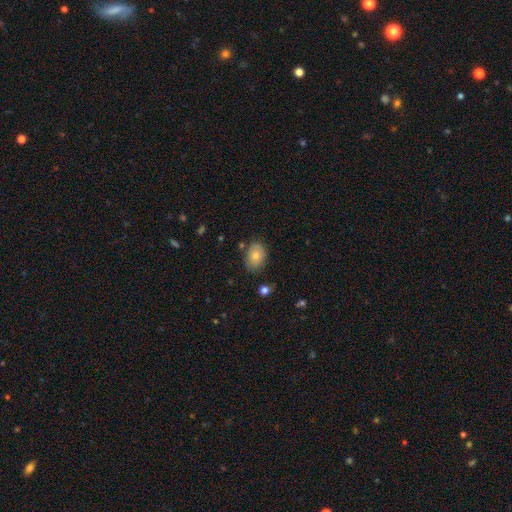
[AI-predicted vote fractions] Smooth or featured: smooth — 75% (featured or disk — 17%)
How rounded: in between — 75% (round — 24%)
Merging: none — 76% (minor disturbance — 17%)